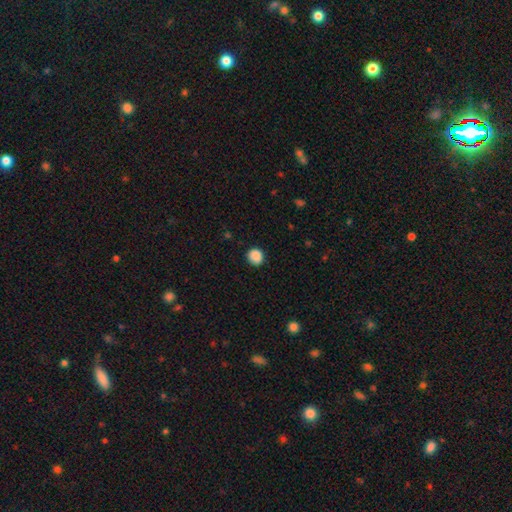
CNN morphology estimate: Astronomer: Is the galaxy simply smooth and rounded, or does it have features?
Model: smooth — 88%.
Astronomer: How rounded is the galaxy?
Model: round — 86%.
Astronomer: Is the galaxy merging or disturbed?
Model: none — 85%.